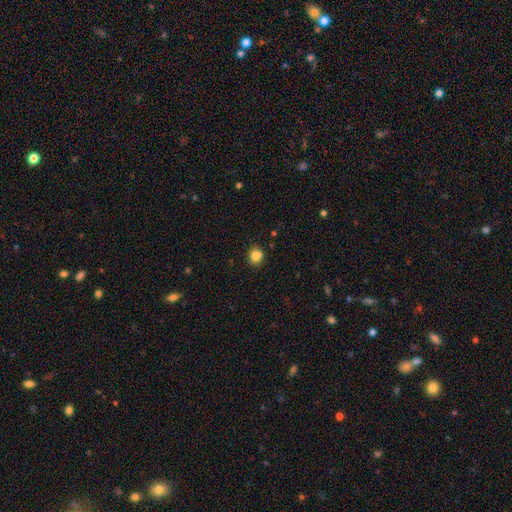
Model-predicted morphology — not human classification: Overall: smooth (83%). How rounded: round (78%). Merging: none (82%).